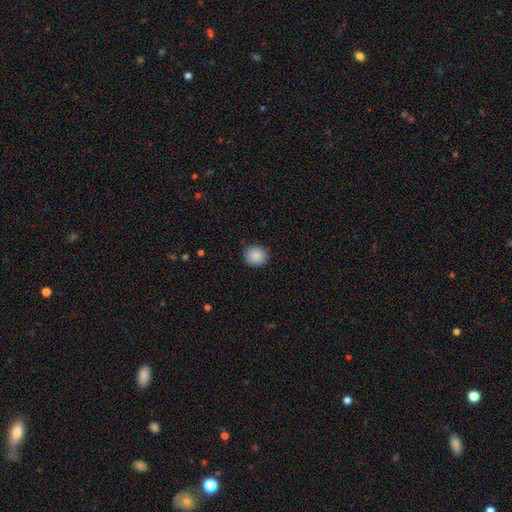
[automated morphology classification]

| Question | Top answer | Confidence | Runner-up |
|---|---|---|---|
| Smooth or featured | smooth | 87% | star or artifact (8%) |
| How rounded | round | 85% | in between (14%) |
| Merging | none | 88% | minor disturbance (9%) |